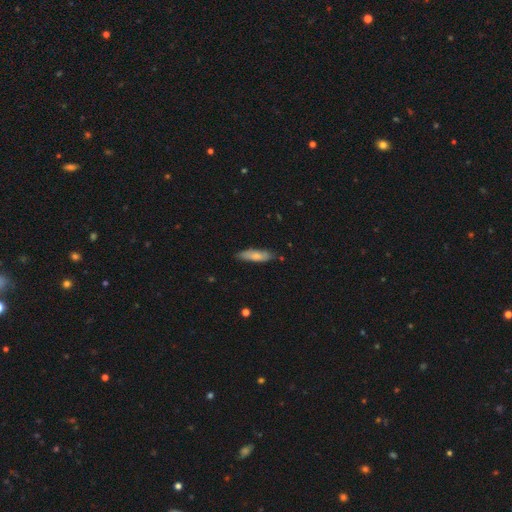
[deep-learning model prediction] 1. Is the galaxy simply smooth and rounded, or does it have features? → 73% smooth, 22% featured or disk, 6% star or artifact.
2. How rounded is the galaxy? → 59% cigar-shaped, 39% in between, 2% round.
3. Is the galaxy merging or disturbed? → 81% none, 15% minor disturbance, 2% major disturbance, 2% merger.